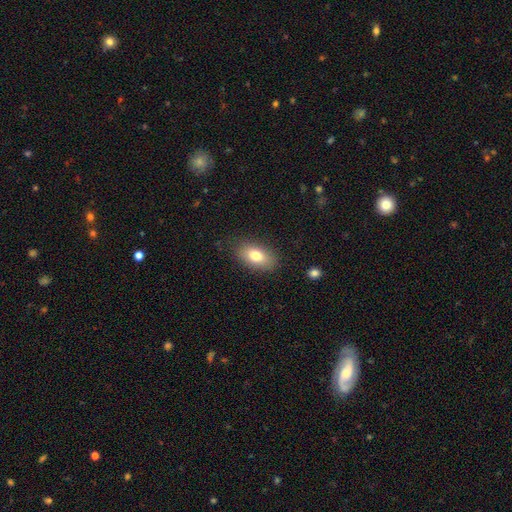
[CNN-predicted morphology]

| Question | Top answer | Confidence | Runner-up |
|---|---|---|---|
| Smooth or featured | smooth | 76% | featured or disk (15%) |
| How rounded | in between | 90% | round (7%) |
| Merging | none | 85% | minor disturbance (11%) |